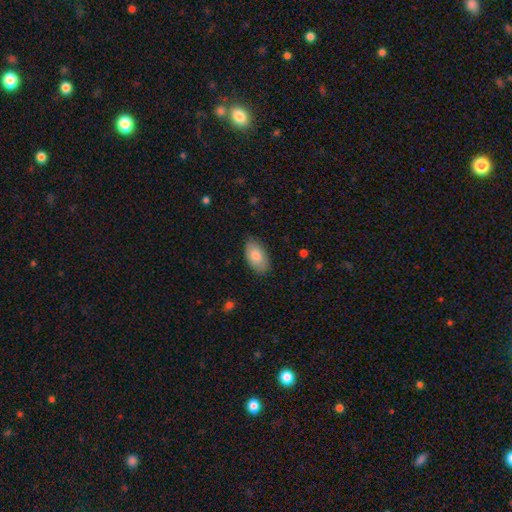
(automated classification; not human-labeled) smooth 81%, featured or disk 13%, star or artifact 6%. Down the decision tree: how rounded — in between (94%); merging — none (82%).